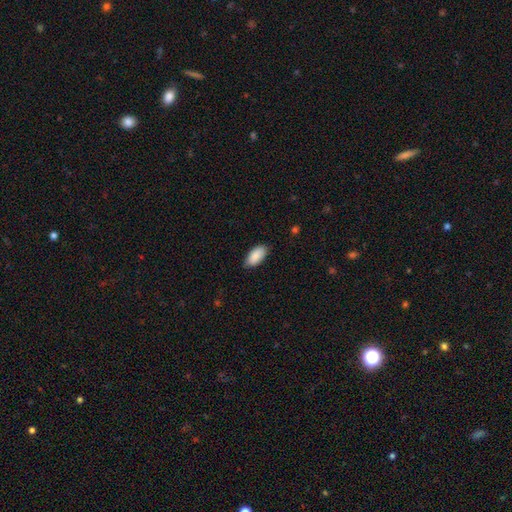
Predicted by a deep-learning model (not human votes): smooth_or_featured: smooth (p=0.90) [alt: star or artifact p=0.06]
how_rounded: in between (p=0.93) [alt: cigar-shaped p=0.05]
merging: none (p=0.81) [alt: minor disturbance p=0.15]